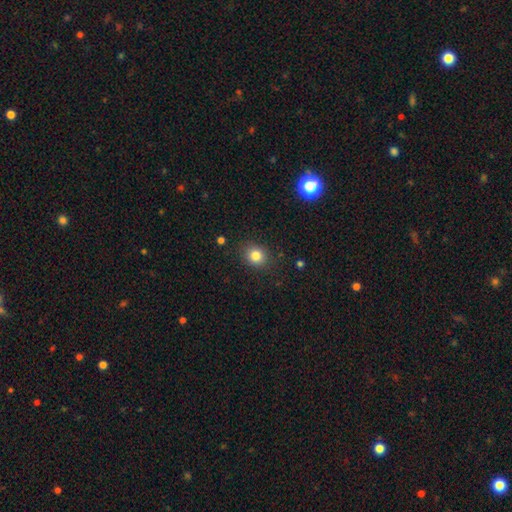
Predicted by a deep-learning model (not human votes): Q: Smooth or featured?
A: smooth (83%); runner-up: star or artifact (11%)
Q: How rounded?
A: round (71%); runner-up: in between (28%)
Q: Merging?
A: none (86%); runner-up: minor disturbance (10%)